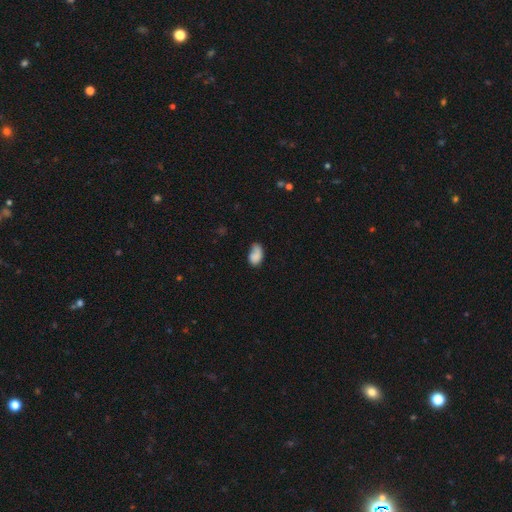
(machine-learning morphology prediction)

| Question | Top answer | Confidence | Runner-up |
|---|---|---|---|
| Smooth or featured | smooth | 77% | featured or disk (15%) |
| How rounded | in between | 90% | round (8%) |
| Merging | none | 42% | minor disturbance (34%) |